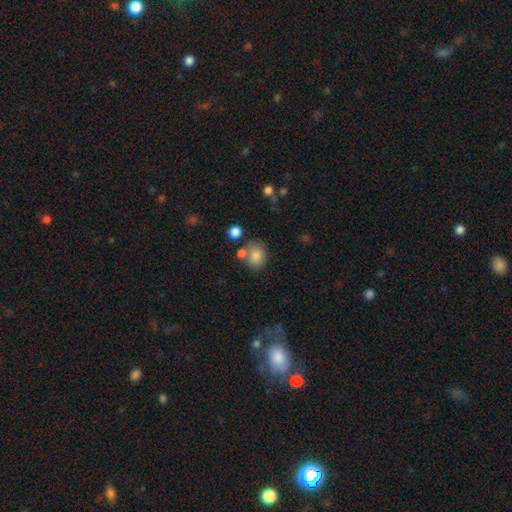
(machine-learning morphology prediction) type=smooth (82%); roundness=round (57%); merging=none (58%).